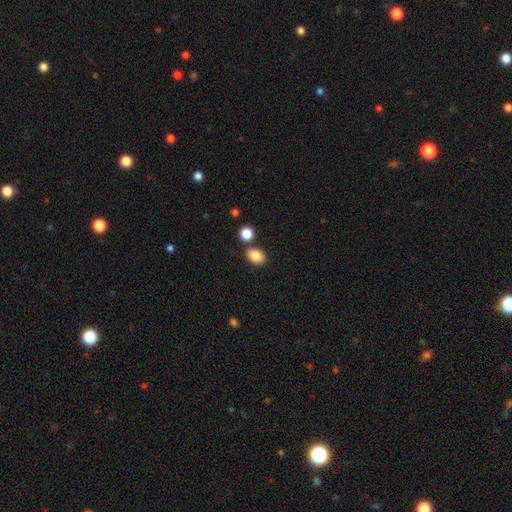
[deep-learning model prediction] smooth 86%, star or artifact 9%, featured or disk 5%. Down the decision tree: how rounded — in between (71%); merging — none (76%).